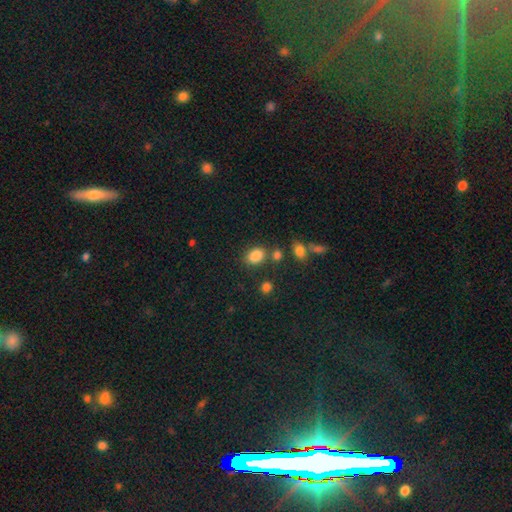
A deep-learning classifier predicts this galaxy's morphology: The model was most divided on "how rounded": in between: 71%, round: 28%, cigar-shaped: 1%. More confident: smooth or featured — smooth (84%); merging — none (70%).